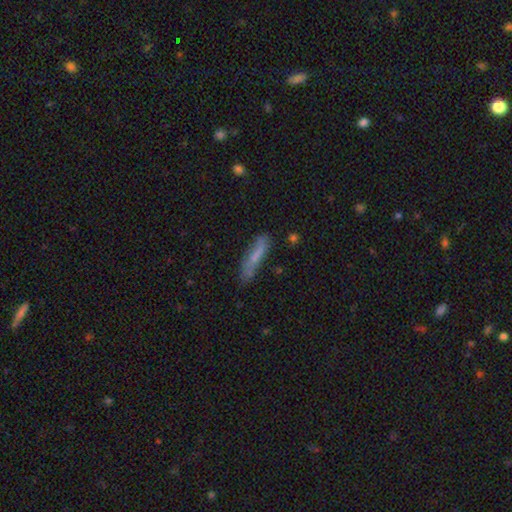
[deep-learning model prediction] Overall: smooth (65%; featured or disk 28%). How rounded: cigar-shaped (82%). Merging: none (69%).